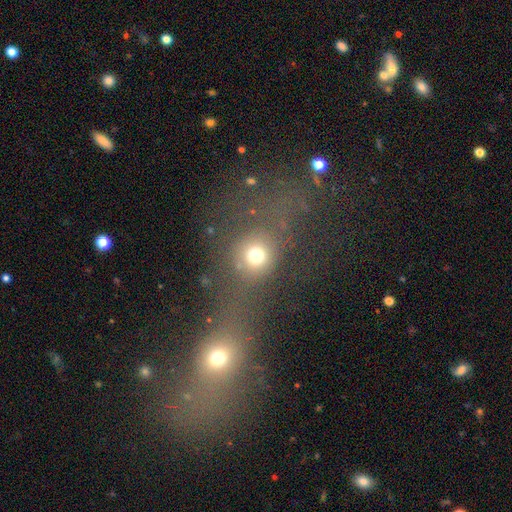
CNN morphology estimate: A smooth galaxy with no disk features (70%) that is round (75%). Merging: none (50%).